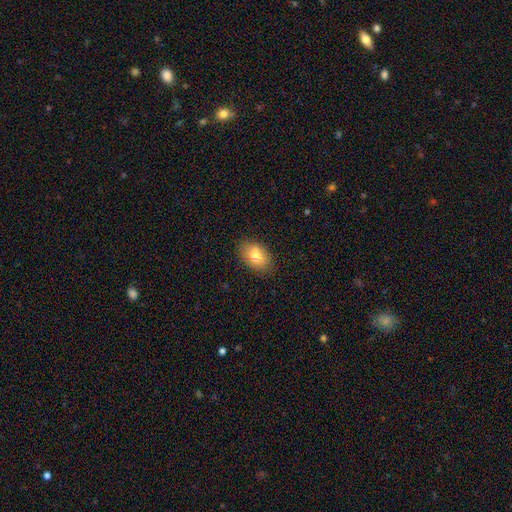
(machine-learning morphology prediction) Smooth or featured? Predicted: smooth (p=0.77). How rounded? Predicted: in between (p=0.85). Merging? Predicted: none (p=0.83).